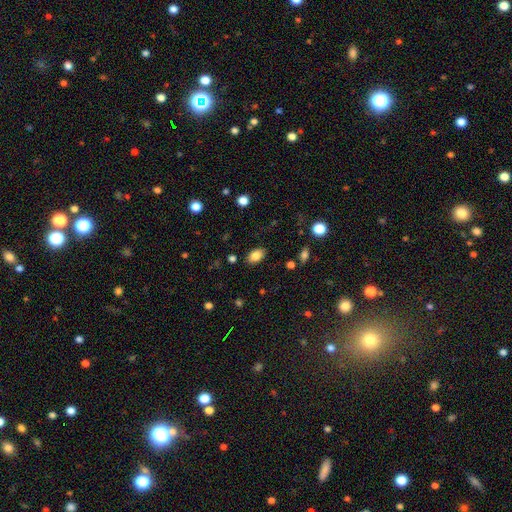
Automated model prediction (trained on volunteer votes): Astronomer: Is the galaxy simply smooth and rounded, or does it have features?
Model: smooth — 84%.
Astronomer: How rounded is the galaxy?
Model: in between — 88%.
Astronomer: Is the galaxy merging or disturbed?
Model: none — 85%.